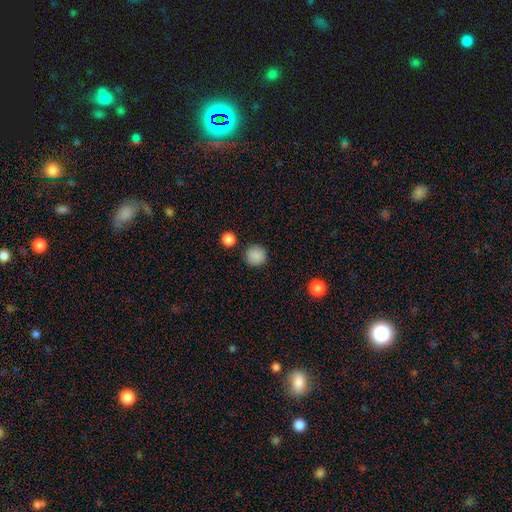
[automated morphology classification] Smooth or featured: smooth — 88% (star or artifact — 9%)
How rounded: round — 93% (in between — 6%)
Merging: none — 89% (minor disturbance — 7%)